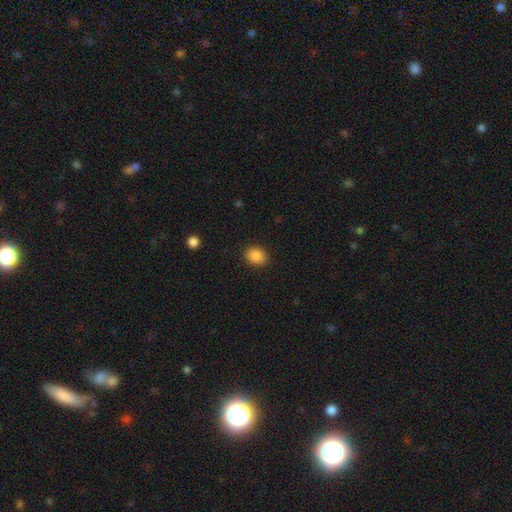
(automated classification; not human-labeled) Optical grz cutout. It shows a smooth galaxy with no disk features (87%) that is round (52%). Merging: none (89%).